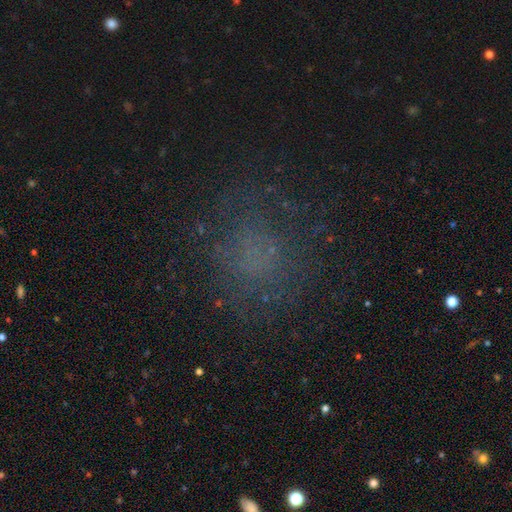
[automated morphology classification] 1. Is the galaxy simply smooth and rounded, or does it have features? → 46% smooth, 33% star or artifact, 21% featured or disk.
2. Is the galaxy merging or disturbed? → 74% none, 13% minor disturbance, 11% major disturbance, 1% merger.